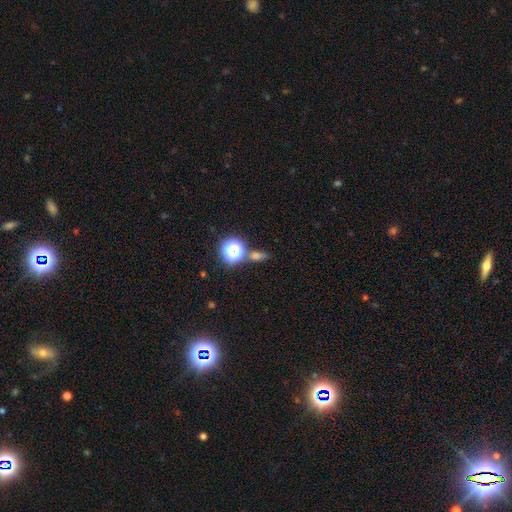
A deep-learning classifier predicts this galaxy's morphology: Smooth or featured: smooth — 53% (star or artifact — 35%)
How rounded: in between — 47% (round — 41%)
Merging: none — 72% (merger — 12%)